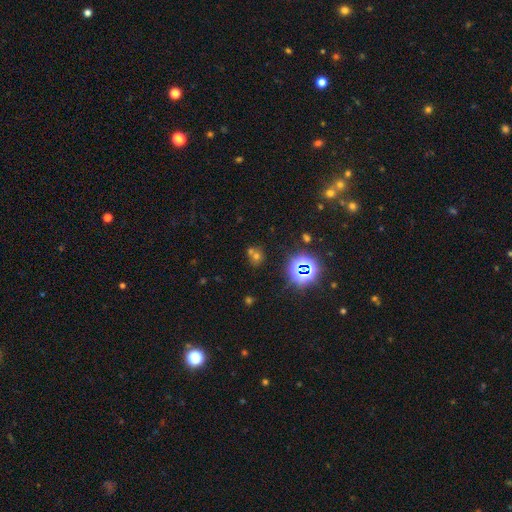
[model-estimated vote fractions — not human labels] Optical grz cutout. It shows a star or artifact, not a galaxy (48%).